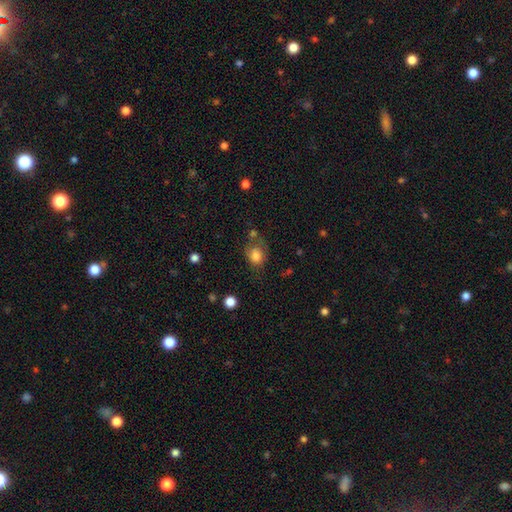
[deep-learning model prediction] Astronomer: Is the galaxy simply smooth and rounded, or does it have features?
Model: smooth — 80%.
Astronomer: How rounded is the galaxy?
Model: round — 55% (runner-up: in between, 44%).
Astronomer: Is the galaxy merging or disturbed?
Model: none — 50% (runner-up: minor disturbance, 26%).